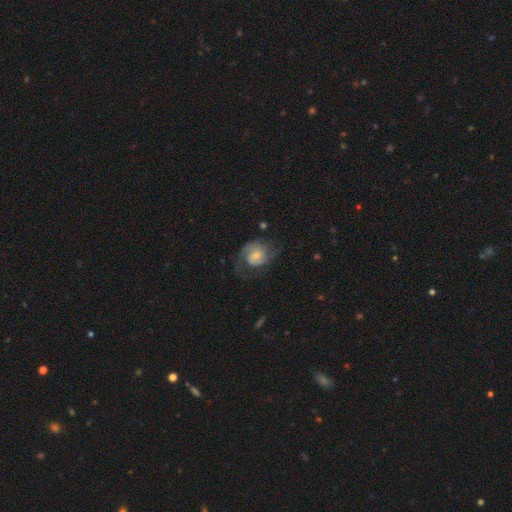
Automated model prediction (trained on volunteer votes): A featured or disk galaxy (74%) with no bar (52%), 2 (74%) medium (46%) spiral arms (92%) and a small central bulge (50%). Merging: none (57%).